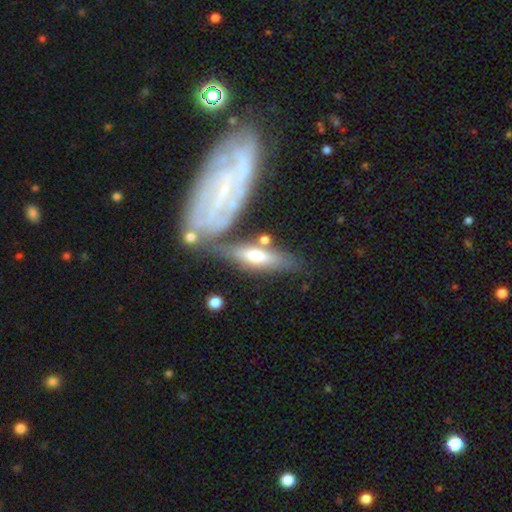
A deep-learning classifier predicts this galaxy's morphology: smooth-or-featured: featured or disk: 53% | smooth: 41% | star or artifact: 6%
  disk-edge-on: yes: 71% | no: 29%
  merging: none: 58% | merger: 20% | minor disturbance: 16% | major disturbance: 6%